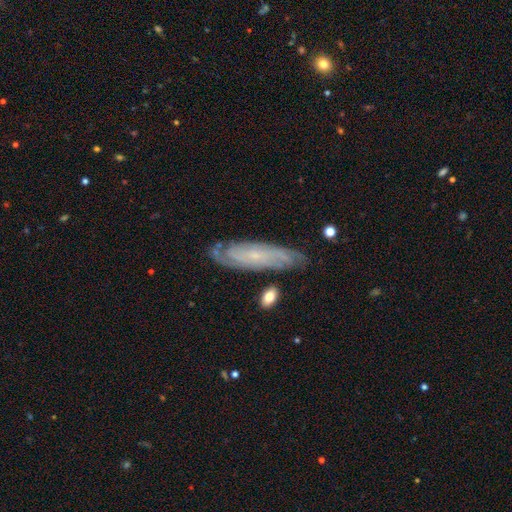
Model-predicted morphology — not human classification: Overall: featured or disk (77%). Edge-on disk: no (81%). Bar: no (70%). Spiral arms: yes (95%). Spiral arm count: can't tell (40%; 2 31%). Spiral winding: tight (71%). Bulge size: small (82%). Merging: none (78%).